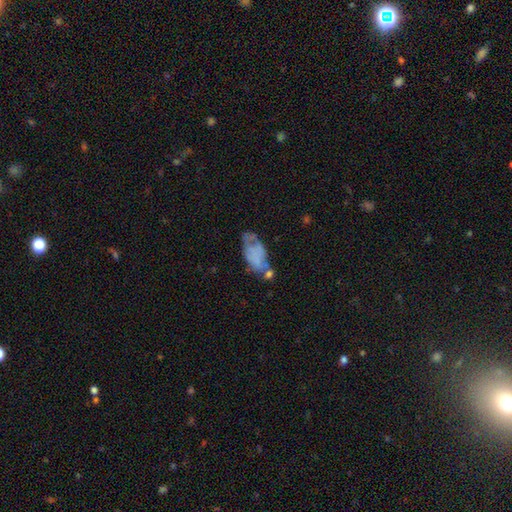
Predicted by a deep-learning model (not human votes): smooth 50%, featured or disk 41%, star or artifact 9%. Down the decision tree: merging — none (30%).